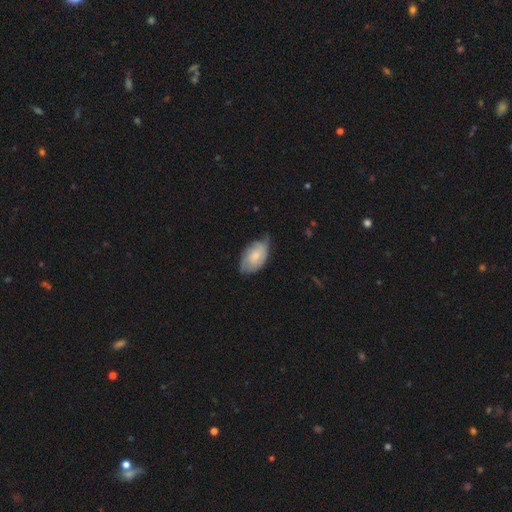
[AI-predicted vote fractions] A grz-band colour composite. It shows a featured or disk galaxy (54%) with no bar (73%), spiral arms (86%) and a small central bulge (58%). Merging: none (55%).